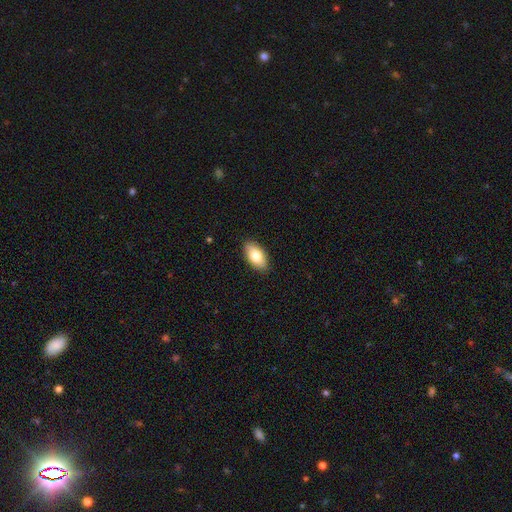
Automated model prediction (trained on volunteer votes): Smooth or featured: smooth — 79% (featured or disk — 15%)
How rounded: in between — 93% (cigar-shaped — 4%)
Merging: none — 89% (minor disturbance — 8%)